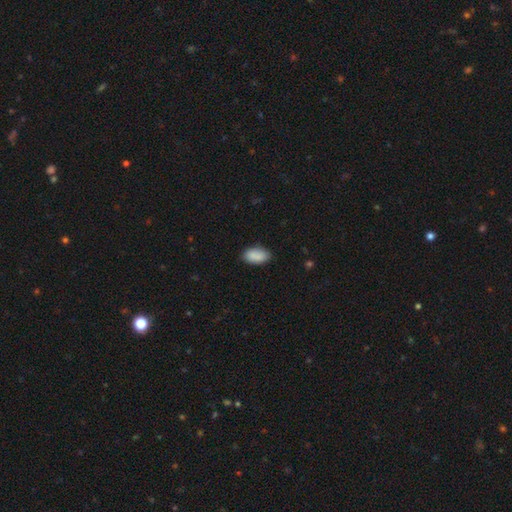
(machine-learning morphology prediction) This is clearly a smooth galaxy (90%). How rounded: clearly in between (95%). Merging: clearly none (85%).